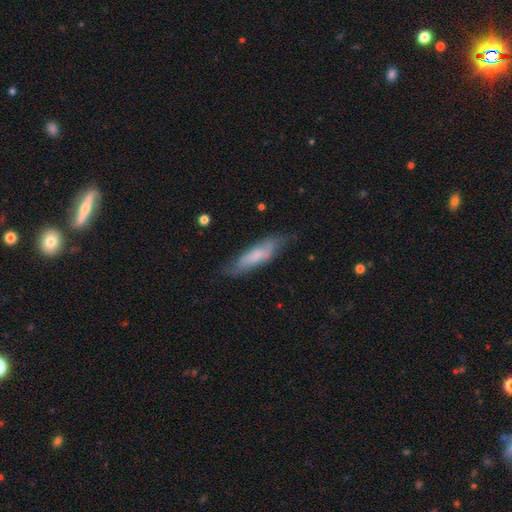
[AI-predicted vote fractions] Q: Smooth or featured?
A: smooth (62%); runner-up: featured or disk (31%)
Q: How rounded?
A: cigar-shaped (65%); runner-up: in between (33%)
Q: Merging?
A: none (70%); runner-up: minor disturbance (23%)